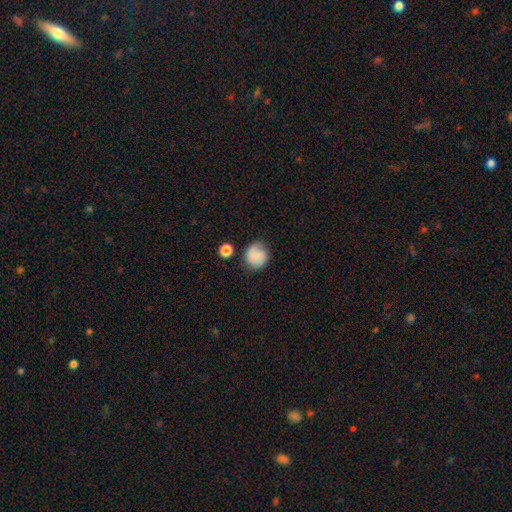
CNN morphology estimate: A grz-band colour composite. It shows a smooth galaxy with no disk features (58%) that is round (84%). Merging: none (77%).